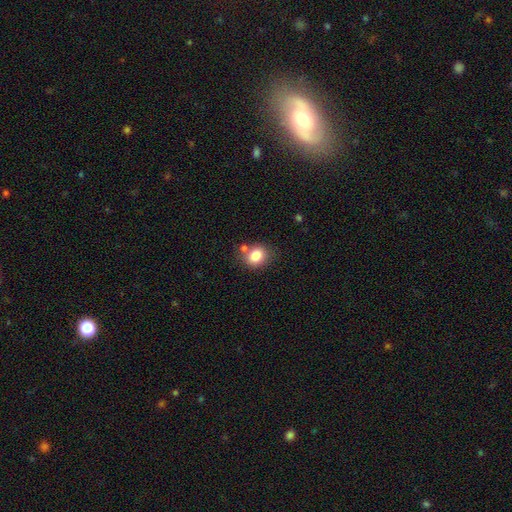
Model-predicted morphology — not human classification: Smooth or featured? Predicted: smooth (p=0.81). How rounded? Predicted: round (p=0.65). Merging? Predicted: none (p=0.68).